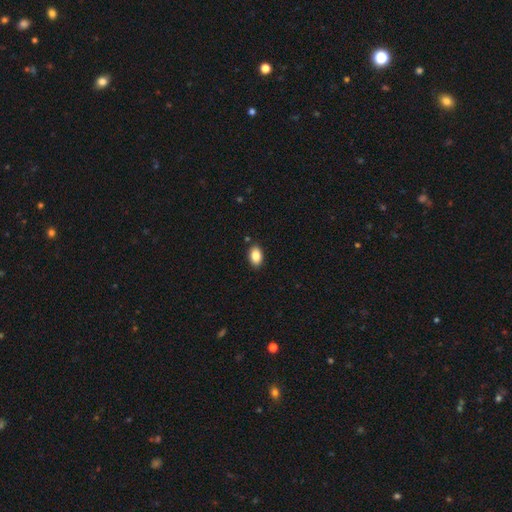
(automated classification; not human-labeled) The model was most divided on "smooth or featured": smooth: 87%, star or artifact: 8%, featured or disk: 6%. More confident: how rounded — in between (89%); merging — none (88%).